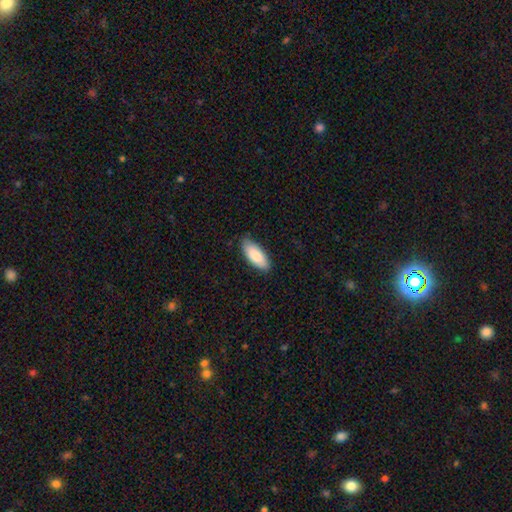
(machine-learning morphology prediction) This is clearly a smooth galaxy (84%). How rounded: clearly in between (84%). Merging: clearly none (84%).